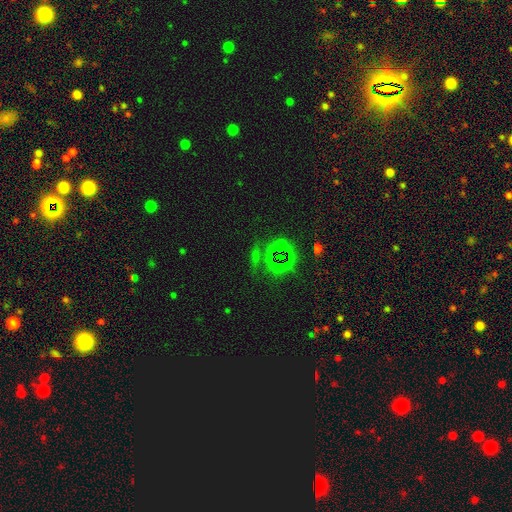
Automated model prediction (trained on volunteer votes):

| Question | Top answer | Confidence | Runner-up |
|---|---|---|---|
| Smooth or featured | star or artifact | 69% | smooth (19%) |